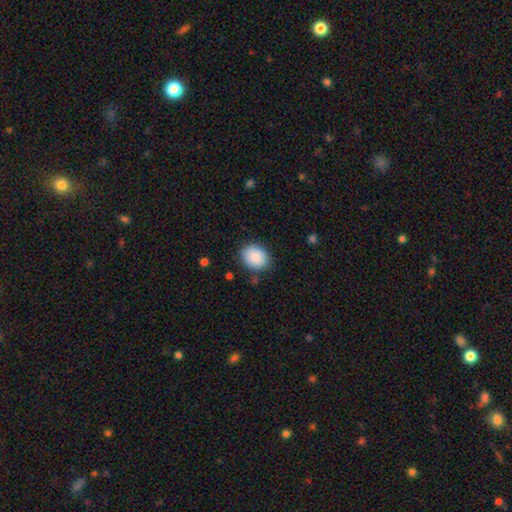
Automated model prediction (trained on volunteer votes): Smooth or featured: smooth — 89% (star or artifact — 7%)
How rounded: in between — 50% (round — 49%)
Merging: none — 83% (minor disturbance — 12%)